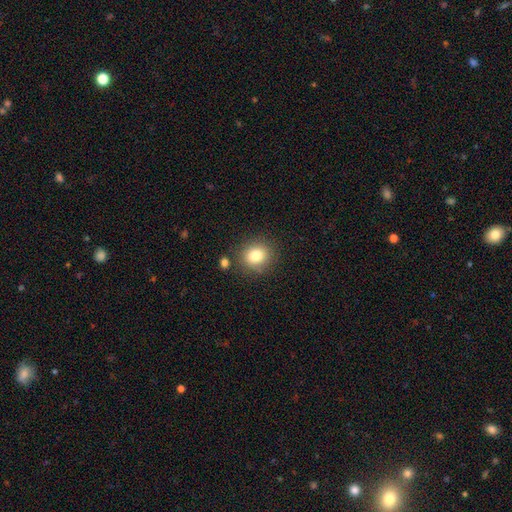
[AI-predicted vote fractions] Q: Smooth or featured?
A: smooth (80%); runner-up: star or artifact (11%)
Q: How rounded?
A: round (76%); runner-up: in between (23%)
Q: Merging?
A: none (82%); runner-up: minor disturbance (10%)